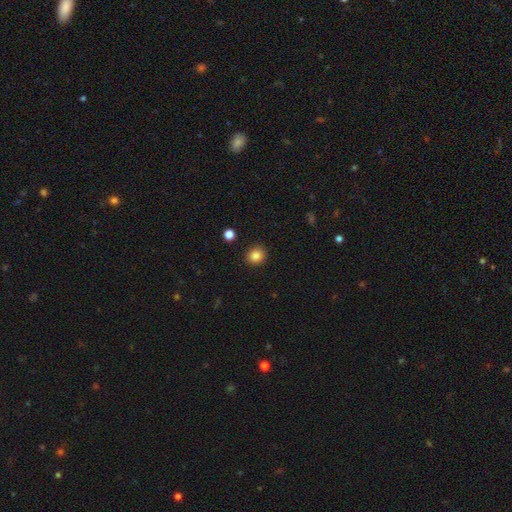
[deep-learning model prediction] A smooth galaxy with no disk features (85%) that is round (86%).

Vote fractions:
- Smooth or featured? smooth: 85% / star or artifact: 11% / featured or disk: 4%
- How rounded? round: 86% / in between: 13% / cigar-shaped: 1%
- Merging? none: 91% / minor disturbance: 6% / major disturbance: 2% / merger: 1%